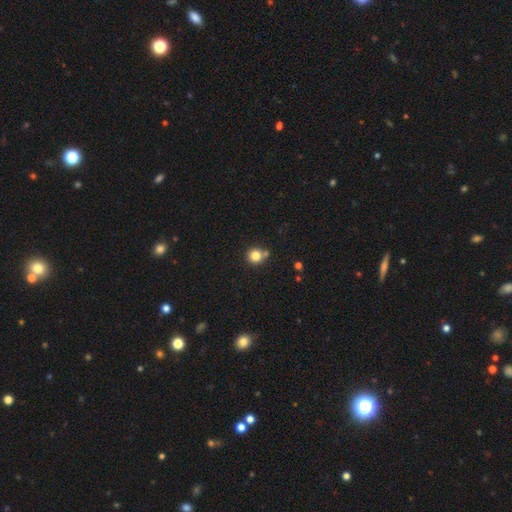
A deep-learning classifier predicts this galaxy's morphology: This appears to be a smooth galaxy with no disk features (81%) that is round (92%). Merging: none (69%).